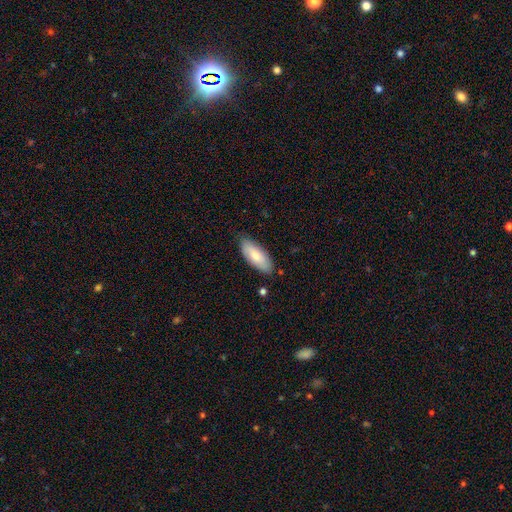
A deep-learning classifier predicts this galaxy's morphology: Smooth or featured?
  - smooth: 78% *
  - featured or disk: 16%
  - star or artifact: 6%
How rounded?
  - in between: 85% *
  - cigar-shaped: 14%
  - round: 2%
Merging?
  - none: 79% *
  - minor disturbance: 17%
  - major disturbance: 3%
  - merger: 2%